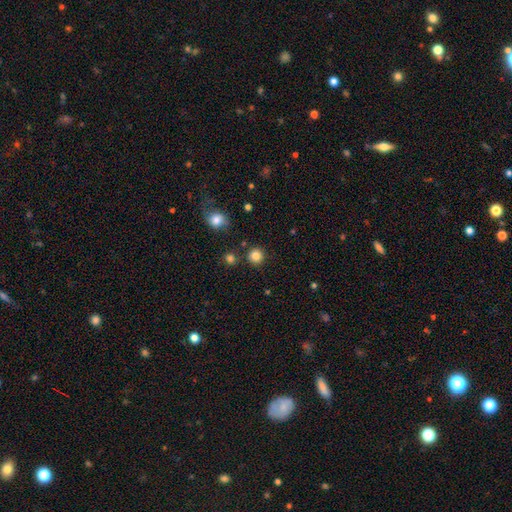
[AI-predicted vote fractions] The model was most divided on "smooth or featured": smooth: 84%, star or artifact: 12%, featured or disk: 4%. More confident: how rounded — round (93%); merging — none (88%).